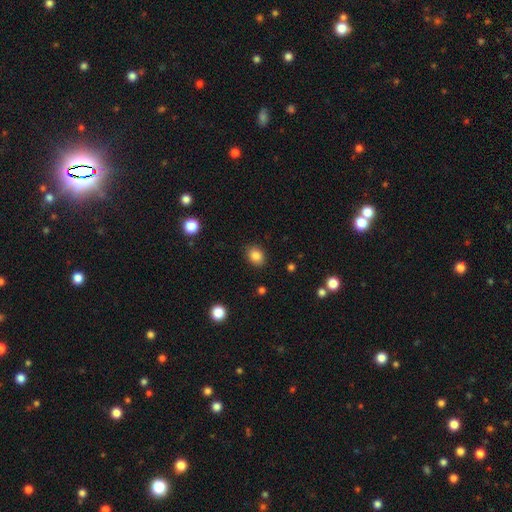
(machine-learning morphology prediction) This appears to be a smooth galaxy with no disk features (85%) that is in between round and cigar-shaped (53%). Merging: none (87%).